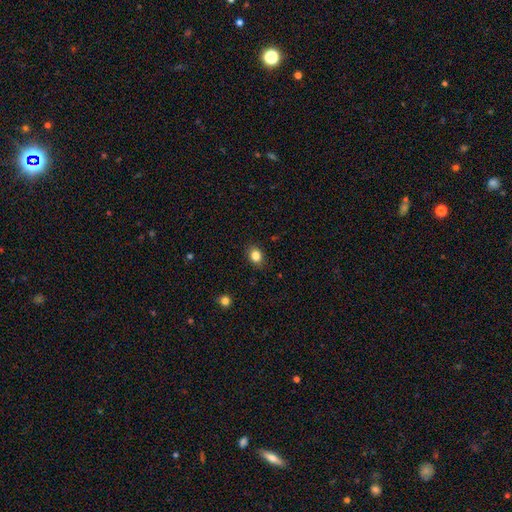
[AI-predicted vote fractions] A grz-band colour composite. It shows a smooth galaxy with no disk features (83%) that is round (51%). Merging: none (86%).